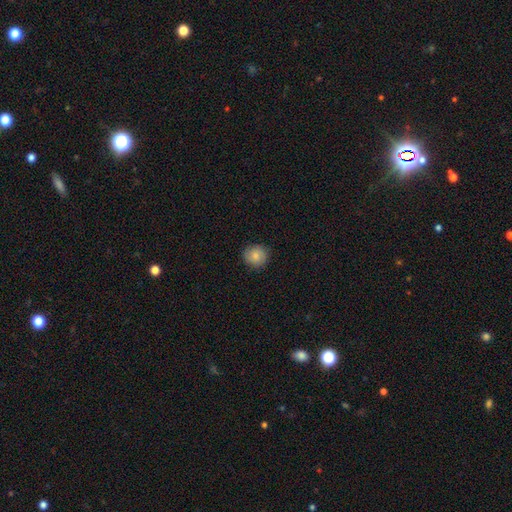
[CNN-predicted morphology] type=smooth (83%); roundness=round (90%); merging=none (88%).